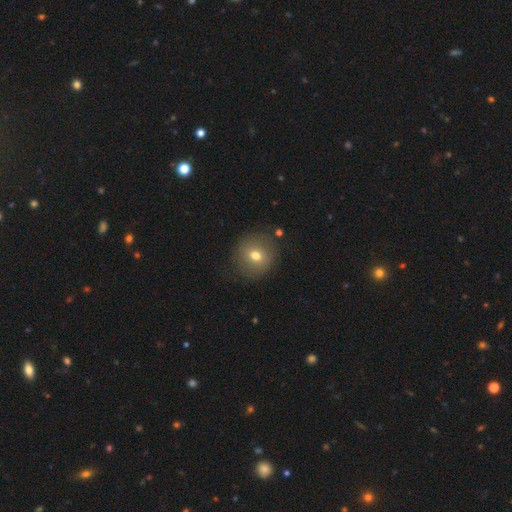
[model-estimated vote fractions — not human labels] The model was most divided on "smooth or featured": smooth: 71%, featured or disk: 18%, star or artifact: 11%. More confident: how rounded — round (86%); merging — none (83%).